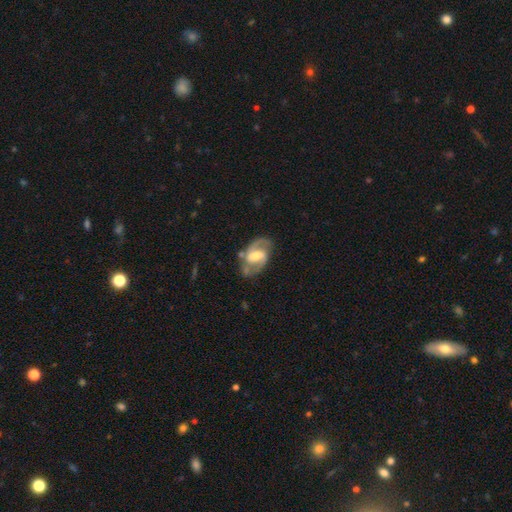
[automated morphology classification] Smooth or featured: featured or disk — 81% (smooth — 14%)
Edge-on disk: no — 96% (yes — 4%)
Bar: weak — 48% (strong — 33%)
Spiral arms: yes — 92% (no — 8%)
Spiral winding: medium — 55% (tight — 23%)
Spiral arm count: 2 — 88% (can't tell — 5%)
Bulge size: moderate — 56% (small — 28%)
Merging: none — 72% (minor disturbance — 17%)